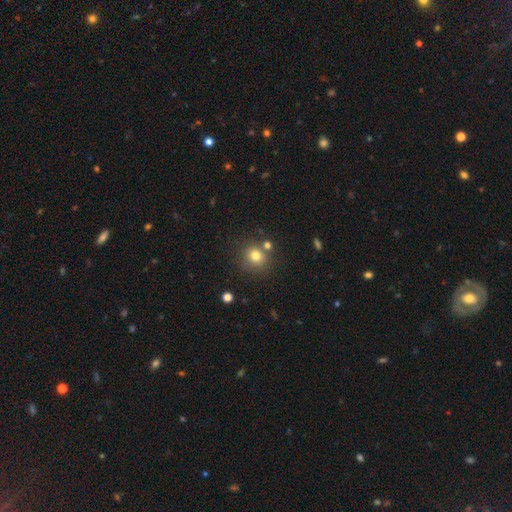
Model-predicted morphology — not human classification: Smooth or featured? smooth (76%)
How rounded? round (88%)
Merging? none (74%)